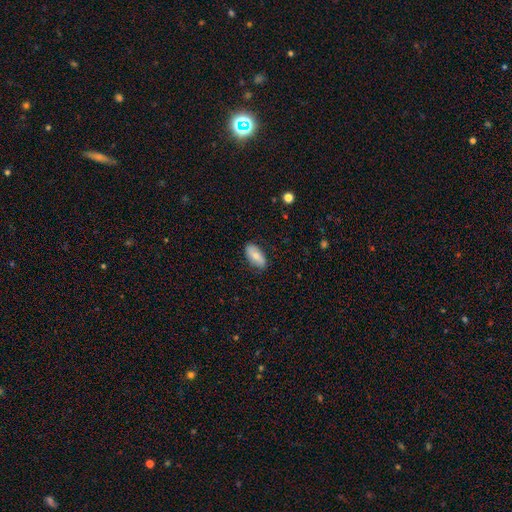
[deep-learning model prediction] Smooth or featured?
  - smooth: 66% *
  - featured or disk: 27%
  - star or artifact: 6%
How rounded?
  - in between: 90% *
  - cigar-shaped: 7%
  - round: 3%
Merging?
  - none: 84% *
  - minor disturbance: 13%
  - major disturbance: 2%
  - merger: 1%